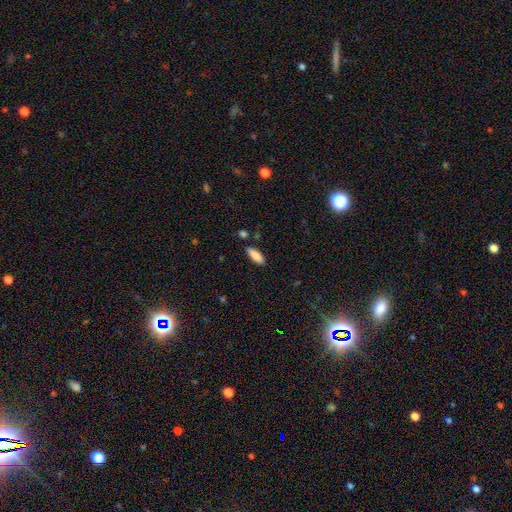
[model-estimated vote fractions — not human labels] smooth-or-featured: smooth: 84% | featured or disk: 9% | star or artifact: 6%
  how-rounded: in between: 68% | cigar-shaped: 30% | round: 2%
  merging: none: 84% | minor disturbance: 11% | merger: 3% | major disturbance: 2%